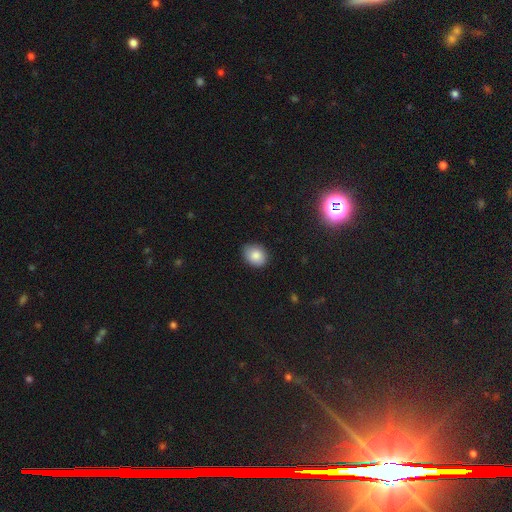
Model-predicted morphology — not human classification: smooth 85%, star or artifact 9%, featured or disk 6%. Down the decision tree: how rounded — in between (60%); merging — none (83%).